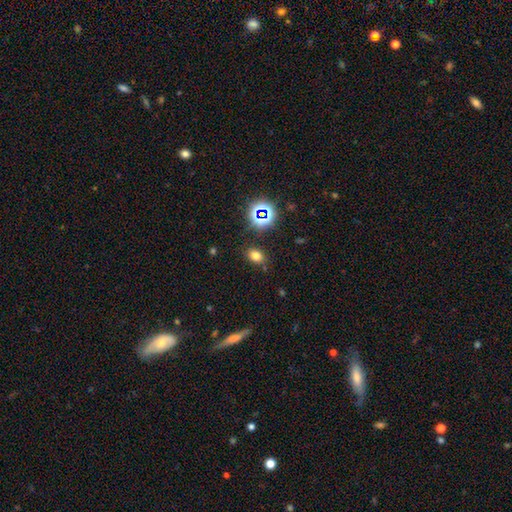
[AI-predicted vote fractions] This is likely a smooth galaxy (71%). How rounded: likely in between (70%). Merging: clearly none (83%).